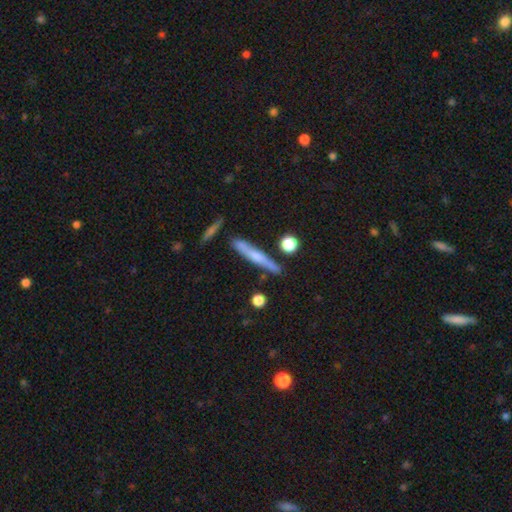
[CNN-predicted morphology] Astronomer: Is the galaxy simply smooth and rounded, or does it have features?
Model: featured or disk — 48% (runner-up: smooth, 44%).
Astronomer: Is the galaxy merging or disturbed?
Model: none — 77%.